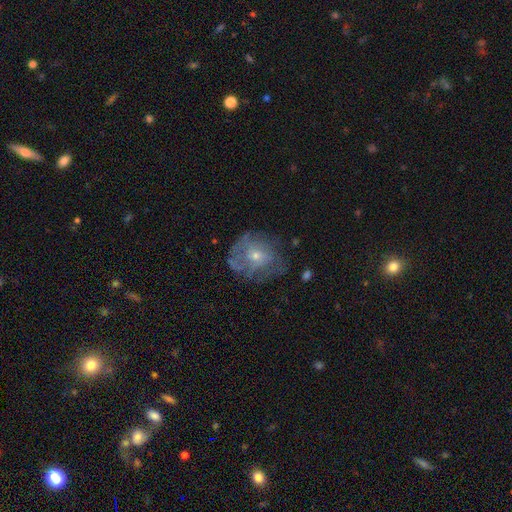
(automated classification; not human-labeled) Morphology: type=featured or disk (57%); edge-on=no (96%); bar=no (80%); spiral arms=yes (55%); bulge=small (57%); merging=none (59%).